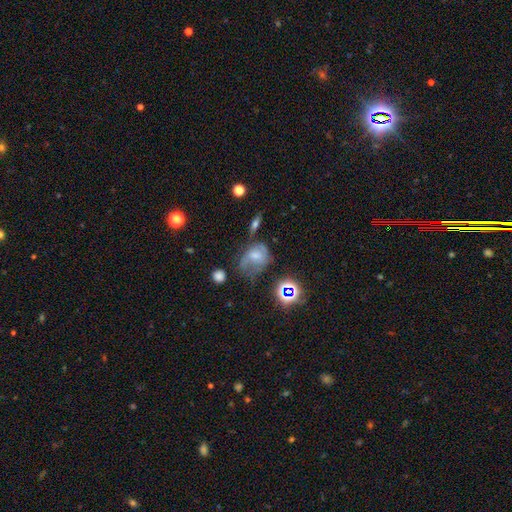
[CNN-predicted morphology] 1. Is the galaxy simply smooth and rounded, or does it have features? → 42% smooth, 40% featured or disk, 17% star or artifact.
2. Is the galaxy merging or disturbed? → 32% none, 31% major disturbance, 28% minor disturbance, 9% merger.